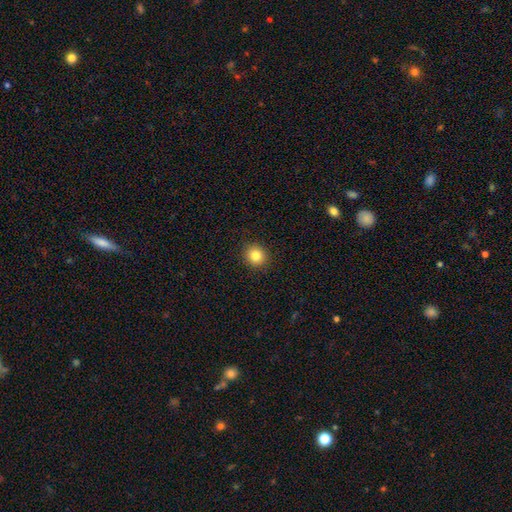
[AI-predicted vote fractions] This is clearly a smooth galaxy (83%). How rounded: clearly round (87%). Merging: clearly none (91%).